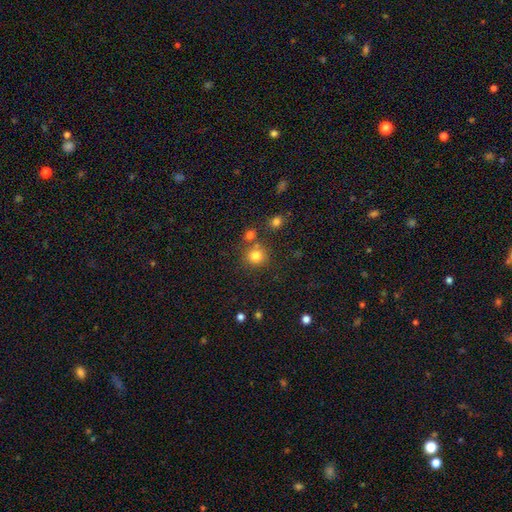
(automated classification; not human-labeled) This appears to be a smooth galaxy with no disk features (79%) that is round (90%). Merging: none (72%).